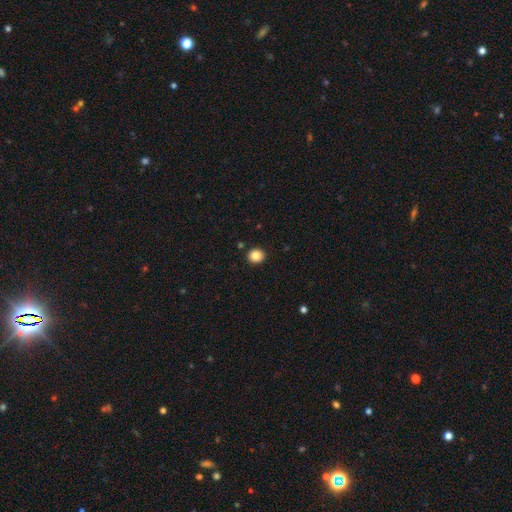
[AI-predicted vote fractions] smooth 85%, star or artifact 10%, featured or disk 5%. Down the decision tree: how rounded — round (83%); merging — none (91%).